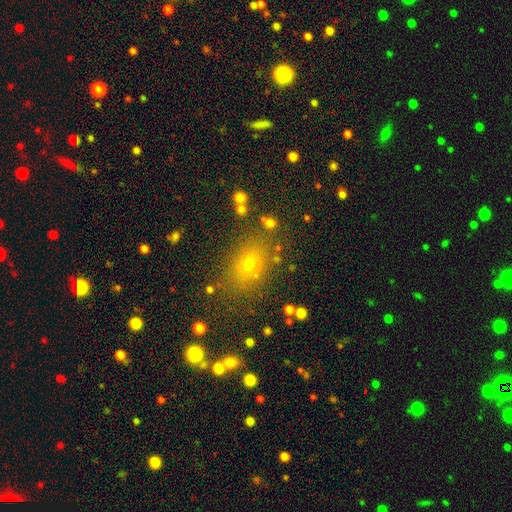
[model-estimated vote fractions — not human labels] This is likely a smooth galaxy (64%). How rounded: possibly in between (53%). Merging: likely none (79%).